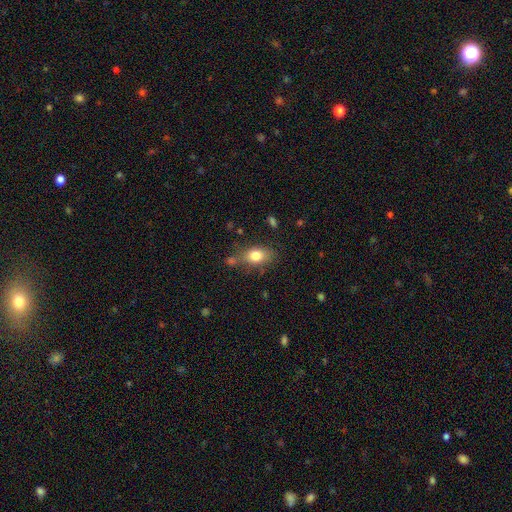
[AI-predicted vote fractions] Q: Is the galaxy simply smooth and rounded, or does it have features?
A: smooth — 78%.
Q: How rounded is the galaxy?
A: in between — 79%.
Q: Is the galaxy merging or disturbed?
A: none — 67%.